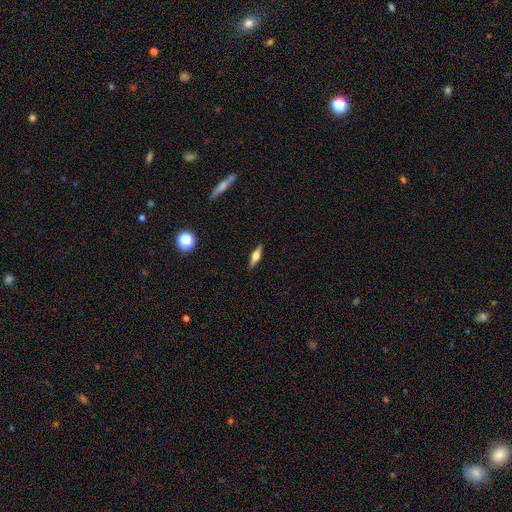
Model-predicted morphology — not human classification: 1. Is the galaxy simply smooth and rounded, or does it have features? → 52% featured or disk, 40% smooth, 8% star or artifact.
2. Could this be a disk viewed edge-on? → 94% yes, 6% no.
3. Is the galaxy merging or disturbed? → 88% none, 8% minor disturbance, 2% major disturbance, 1% merger.